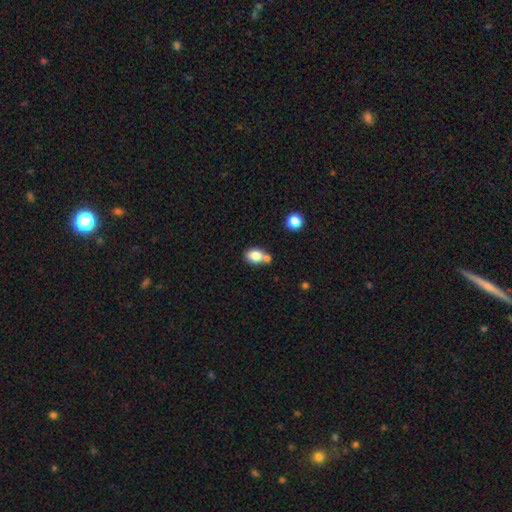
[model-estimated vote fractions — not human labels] Smooth or featured? smooth (82%)
How rounded? in between (70%)
Merging? none (53%)